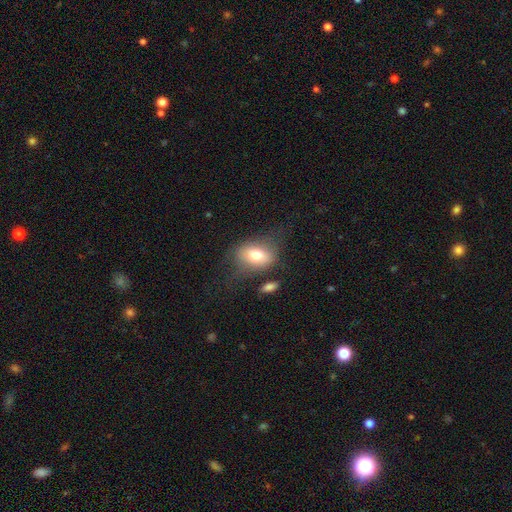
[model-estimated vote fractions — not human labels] A smooth galaxy with no disk features (71%) that is in between round and cigar-shaped (76%). Merging: none (55%).